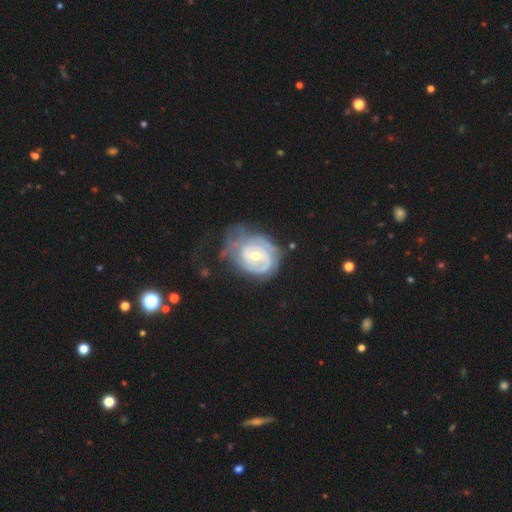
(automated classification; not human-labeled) A featured or disk galaxy (84%) with a weak bar (47%), 2 (41%) tight (68%) spiral arms (91%) and a moderate central bulge (63%).

Vote fractions:
- Smooth or featured? featured or disk: 84% / smooth: 12% / star or artifact: 5%
- Edge-on disk? no: 98% / yes: 2%
- Bar? weak: 47% / no: 39% / strong: 13%
- Spiral arms? yes: 91% / no: 9%
- Spiral winding? tight: 68% / medium: 25% / loose: 7%
- Spiral arm count? 2: 41% / can't tell: 33% / 3: 10% / 1: 10% / 4: 3% / more than 4: 3%
- Bulge size? moderate: 63% / small: 32% / large: 3% / none: 1% / dominant: 1%
- Merging? none: 41% / minor disturbance: 30% / major disturbance: 25% / merger: 3%